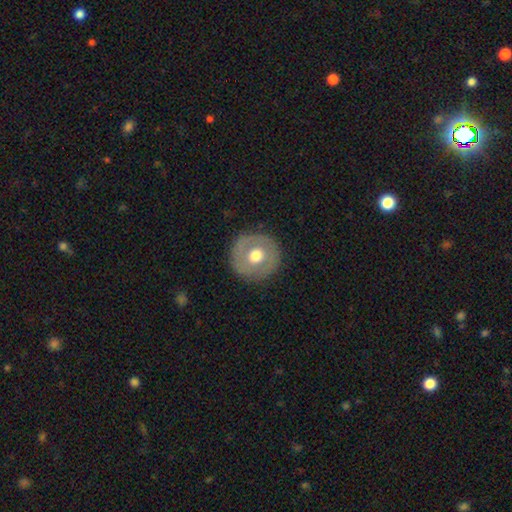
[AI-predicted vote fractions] Q: Smooth or featured?
A: smooth (51%); runner-up: featured or disk (42%)
Q: How rounded?
A: round (93%); runner-up: in between (6%)
Q: Merging?
A: none (86%); runner-up: minor disturbance (9%)